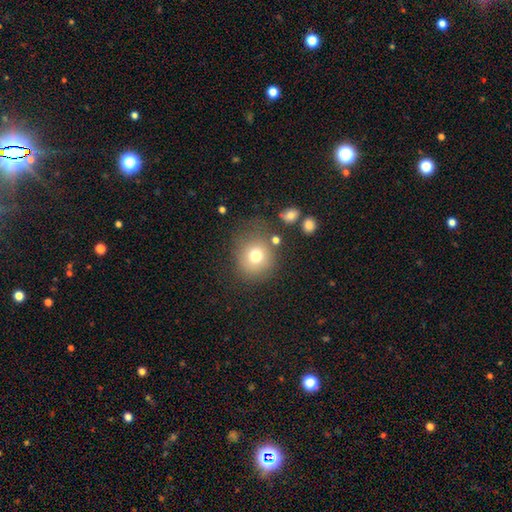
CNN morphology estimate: Smooth or featured: smooth — 74% (star or artifact — 13%)
How rounded: round — 84% (in between — 16%)
Merging: none — 68% (minor disturbance — 17%)